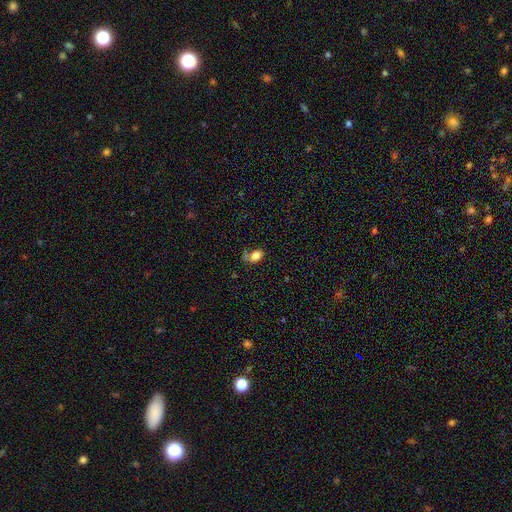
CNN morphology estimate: Smooth or featured?
  - smooth: 77% *
  - featured or disk: 13%
  - star or artifact: 10%
How rounded?
  - in between: 88% *
  - round: 10%
  - cigar-shaped: 2%
Merging?
  - none: 51% *
  - minor disturbance: 23%
  - major disturbance: 15%
  - merger: 11%